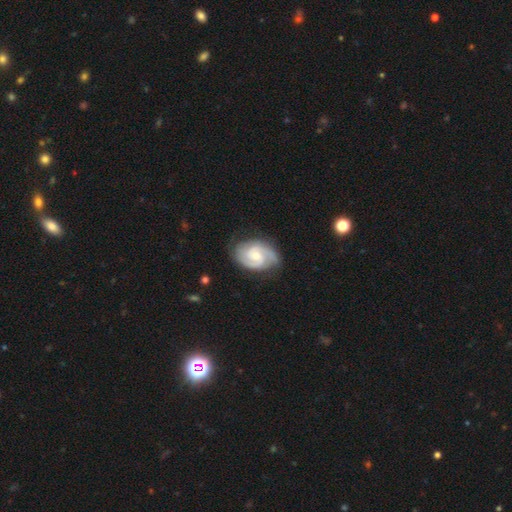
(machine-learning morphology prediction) type=featured or disk (85%); edge-on=no (98%); bar=no (52%); spiral arms=yes (97%); winding=tight (49%); arm count=2 (78%); bulge=moderate (50%); merging=none (75%).